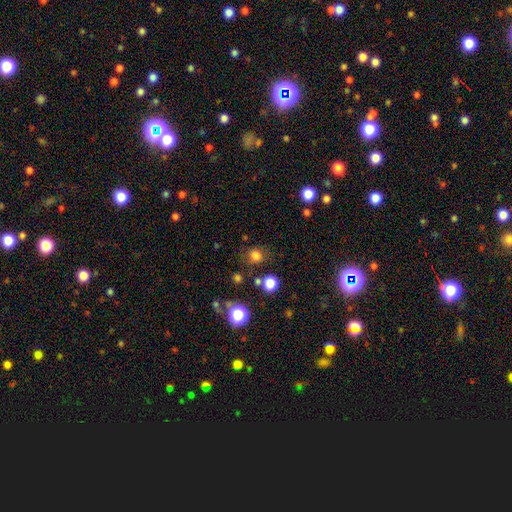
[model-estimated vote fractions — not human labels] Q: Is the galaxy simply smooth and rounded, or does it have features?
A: smooth — 77%.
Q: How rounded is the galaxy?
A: round — 83%.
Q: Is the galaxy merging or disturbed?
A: none — 77%.